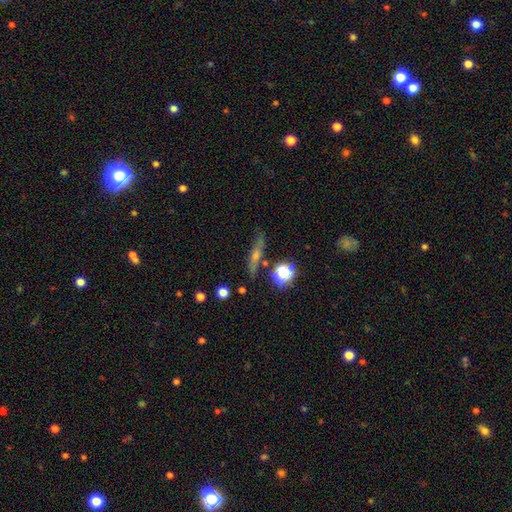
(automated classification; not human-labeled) The model was most divided on "smooth or featured": featured or disk: 54%, smooth: 27%, star or artifact: 19%. More confident: edge-on disk — yes (80%); merging — none (79%).